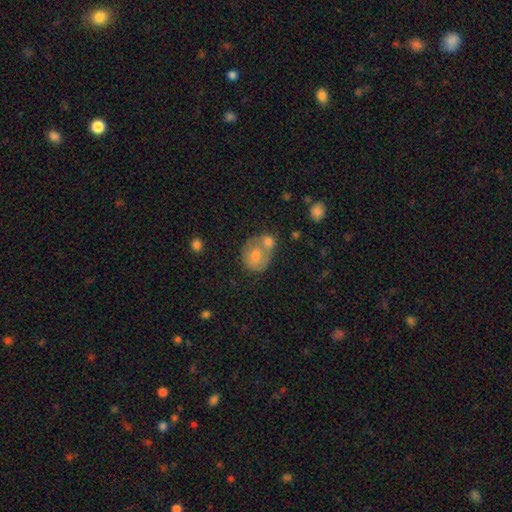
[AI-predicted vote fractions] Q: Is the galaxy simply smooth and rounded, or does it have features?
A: smooth — 62%.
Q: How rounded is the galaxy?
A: round — 60%.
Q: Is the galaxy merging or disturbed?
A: merger — 49%.